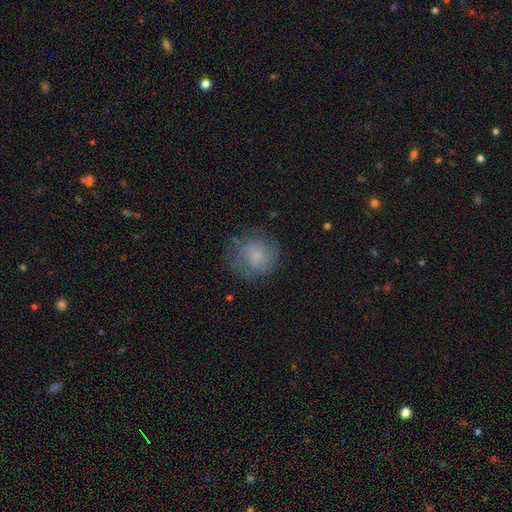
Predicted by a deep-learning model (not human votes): Q: Smooth or featured?
A: smooth (68%); runner-up: featured or disk (23%)
Q: How rounded?
A: round (89%); runner-up: in between (10%)
Q: Merging?
A: none (68%); runner-up: minor disturbance (20%)